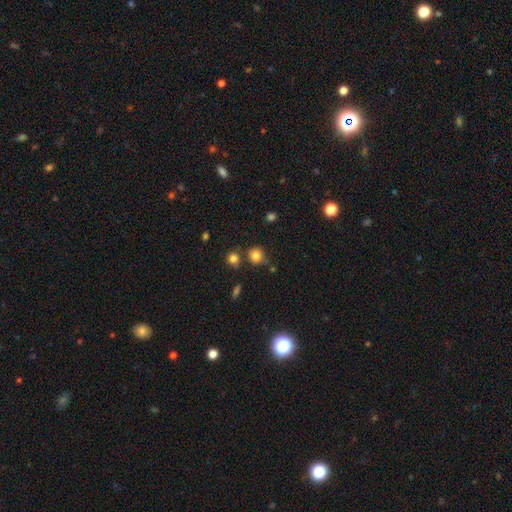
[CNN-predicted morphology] smooth 81%, star or artifact 13%, featured or disk 6%. Down the decision tree: how rounded — round (86%); merging — none (71%).